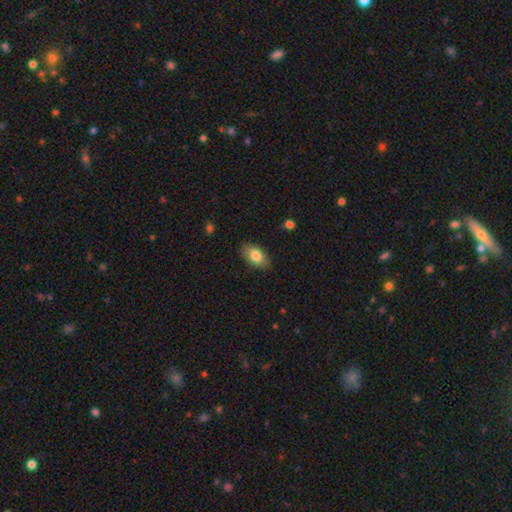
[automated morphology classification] smooth_or_featured: smooth (p=0.81) [alt: featured or disk p=0.12]
how_rounded: in between (p=0.91) [alt: round p=0.07]
merging: none (p=0.84) [alt: minor disturbance p=0.12]